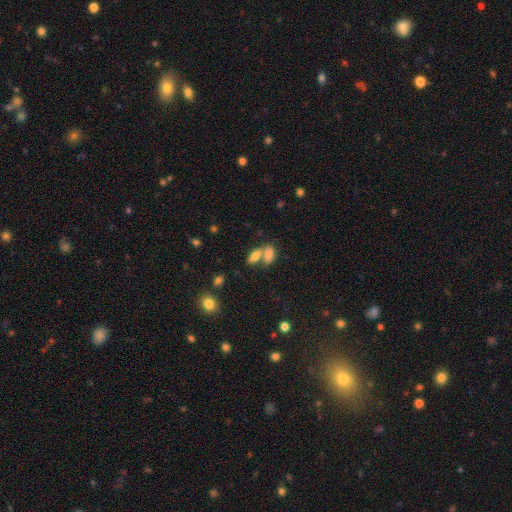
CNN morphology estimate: Smooth or featured? smooth (78%)
How rounded? in between (85%)
Merging? merger (56%)